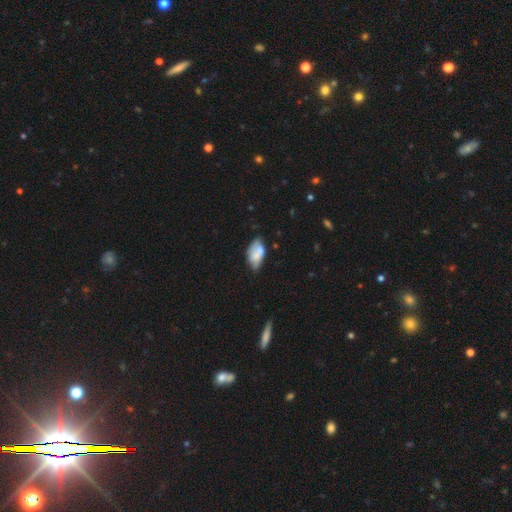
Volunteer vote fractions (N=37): smooth 65%, featured or disk 32%, star or artifact 3%. Down the decision tree: how rounded — in between (92%); merging — minor disturbance (42%).